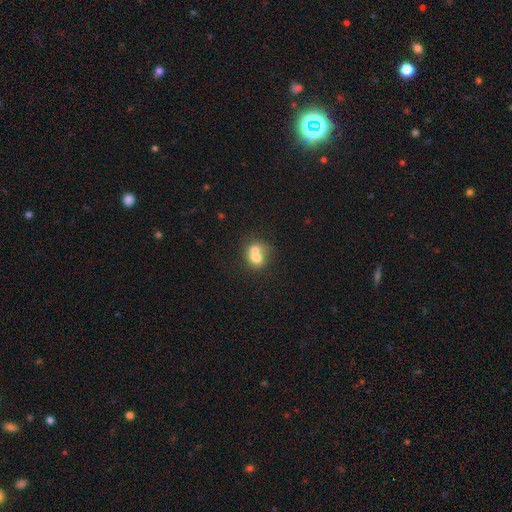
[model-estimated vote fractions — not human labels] Smooth or featured? smooth (67%)
How rounded? round (65%)
Merging? merger (65%)